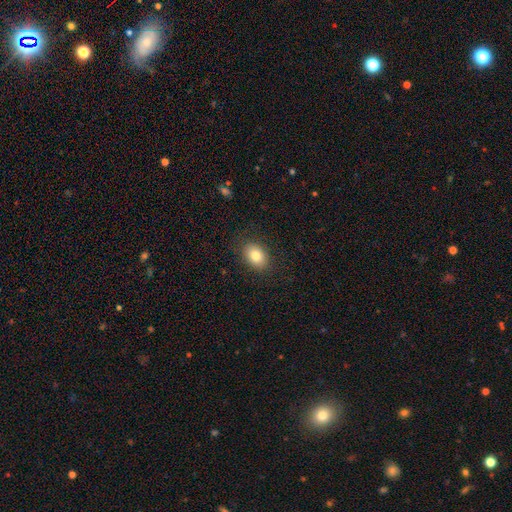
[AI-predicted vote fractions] Q: Smooth or featured?
A: smooth (82%); runner-up: featured or disk (9%)
Q: How rounded?
A: in between (78%); runner-up: round (21%)
Q: Merging?
A: none (87%); runner-up: minor disturbance (9%)